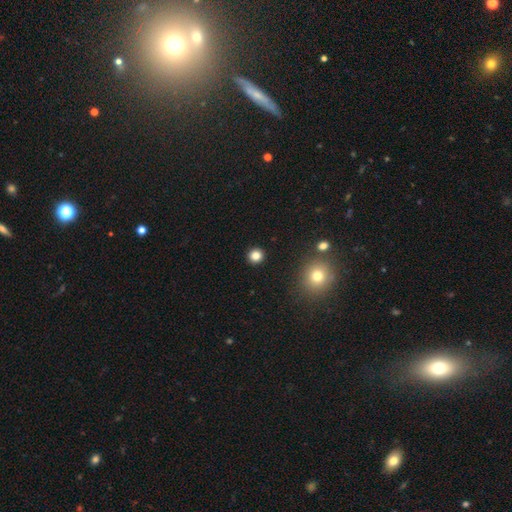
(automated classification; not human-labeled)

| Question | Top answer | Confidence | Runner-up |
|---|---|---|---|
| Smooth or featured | smooth | 83% | star or artifact (12%) |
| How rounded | round | 92% | in between (7%) |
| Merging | none | 92% | minor disturbance (4%) |